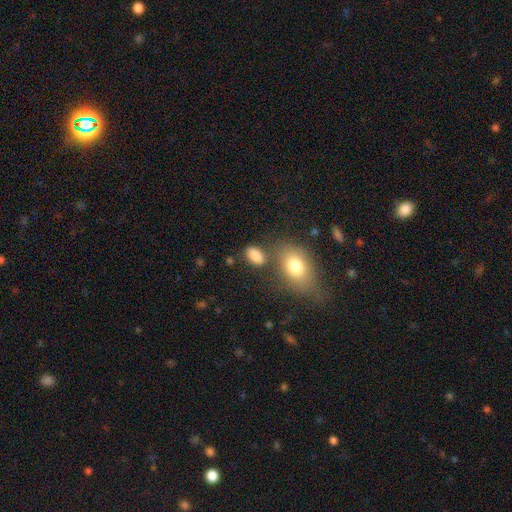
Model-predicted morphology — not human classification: The model was most divided on "merging": none: 64%, minor disturbance: 16%, merger: 15%, major disturbance: 6%. More confident: how rounded — in between (89%); smooth or featured — smooth (85%).